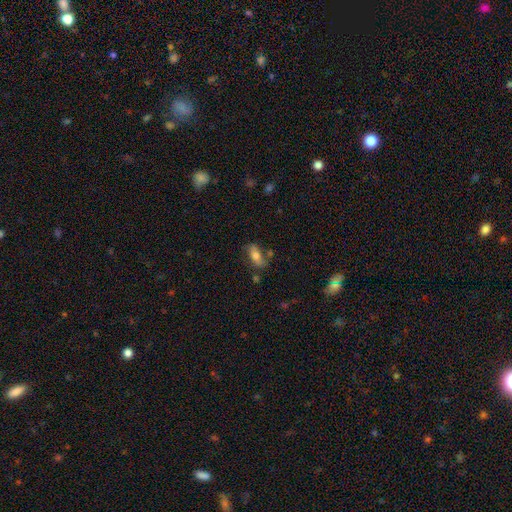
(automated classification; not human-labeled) Smooth or featured?
  - smooth: 56% *
  - featured or disk: 36%
  - star or artifact: 8%
How rounded?
  - in between: 79% *
  - cigar-shaped: 16%
  - round: 6%
Merging?
  - none: 62% *
  - minor disturbance: 21%
  - major disturbance: 9%
  - merger: 8%